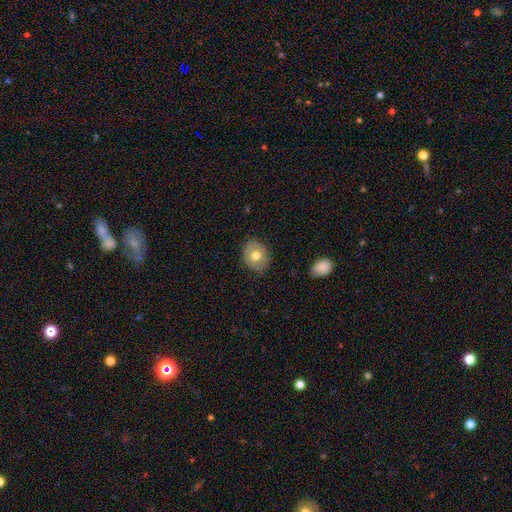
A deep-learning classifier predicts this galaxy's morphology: Smooth or featured: smooth — 67% (featured or disk — 26%)
How rounded: round — 60% (in between — 40%)
Merging: none — 83% (minor disturbance — 13%)